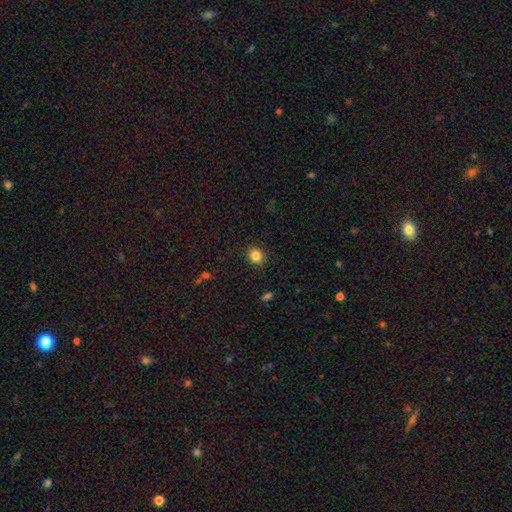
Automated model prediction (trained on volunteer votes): A smooth galaxy with no disk features (84%) that is round (80%). Merging: none (91%).